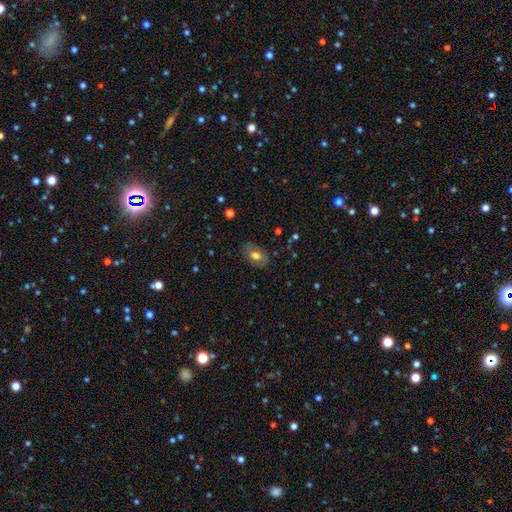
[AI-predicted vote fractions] A smooth galaxy with no disk features (66%) that is in between round and cigar-shaped (85%).

Vote fractions:
- Smooth or featured? smooth: 66% / featured or disk: 26% / star or artifact: 8%
- How rounded? in between: 85% / round: 14% / cigar-shaped: 1%
- Merging? none: 81% / minor disturbance: 14% / major disturbance: 4% / merger: 1%